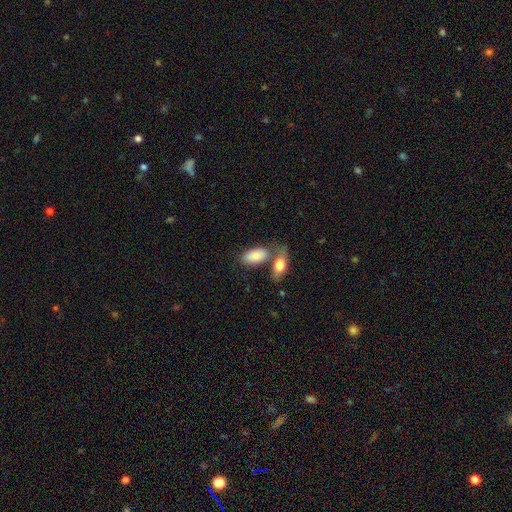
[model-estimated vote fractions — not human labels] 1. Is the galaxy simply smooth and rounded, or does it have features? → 85% smooth, 10% featured or disk, 6% star or artifact.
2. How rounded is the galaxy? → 93% in between, 4% cigar-shaped, 3% round.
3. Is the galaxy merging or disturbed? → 45% none, 38% merger, 13% minor disturbance, 5% major disturbance.